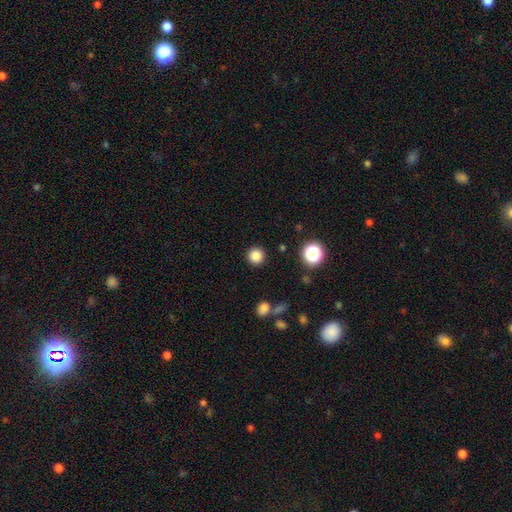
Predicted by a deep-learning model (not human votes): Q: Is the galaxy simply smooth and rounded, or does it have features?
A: smooth — 84%.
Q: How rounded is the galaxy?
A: round — 95%.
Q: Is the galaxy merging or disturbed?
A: none — 91%.